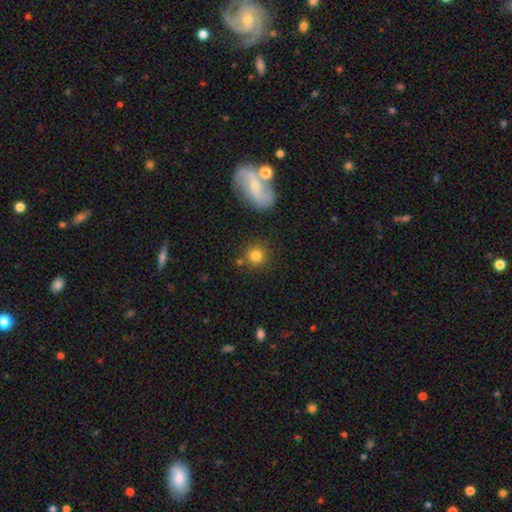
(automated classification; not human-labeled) Smooth or featured? Predicted: smooth (p=0.80). How rounded? Predicted: round (p=0.92). Merging? Predicted: none (p=0.79).